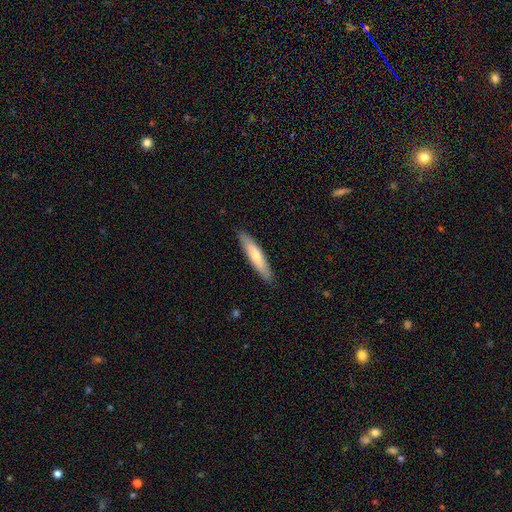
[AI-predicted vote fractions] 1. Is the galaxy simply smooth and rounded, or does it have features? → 65% smooth, 29% featured or disk, 5% star or artifact.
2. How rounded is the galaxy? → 82% cigar-shaped, 16% in between, 1% round.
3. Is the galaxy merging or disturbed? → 88% none, 9% minor disturbance, 2% major disturbance, 1% merger.